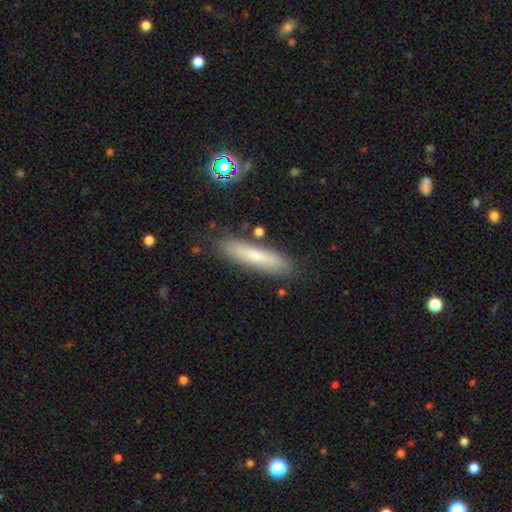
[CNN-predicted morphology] smooth_or_featured: smooth (p=0.68) [alt: featured or disk p=0.24]
how_rounded: cigar-shaped (p=0.83) [alt: in between p=0.16]
merging: none (p=0.85) [alt: minor disturbance p=0.10]